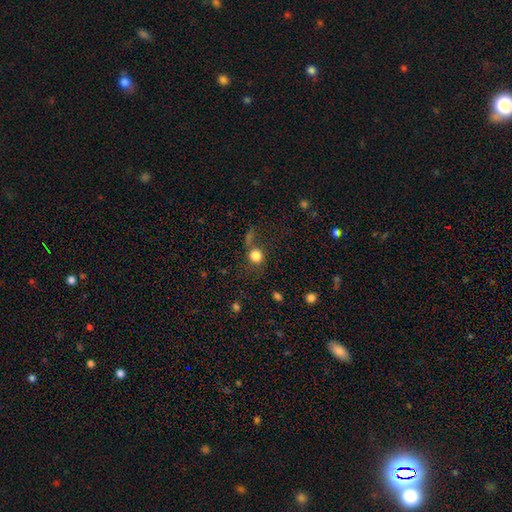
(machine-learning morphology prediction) Smooth or featured: smooth — 78% (star or artifact — 12%)
How rounded: round — 86% (in between — 13%)
Merging: none — 51% (major disturbance — 20%)